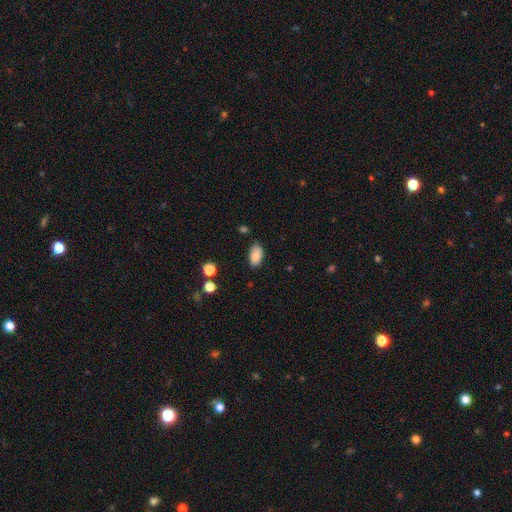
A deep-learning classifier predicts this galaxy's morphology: A smooth galaxy with no disk features (86%) that is in between round and cigar-shaped (93%). Merging: none (80%).